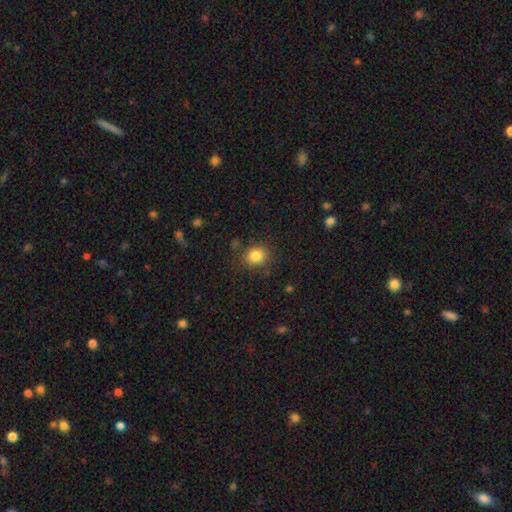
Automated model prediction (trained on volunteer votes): Overall: smooth (83%). How rounded: round (70%). Merging: none (83%).